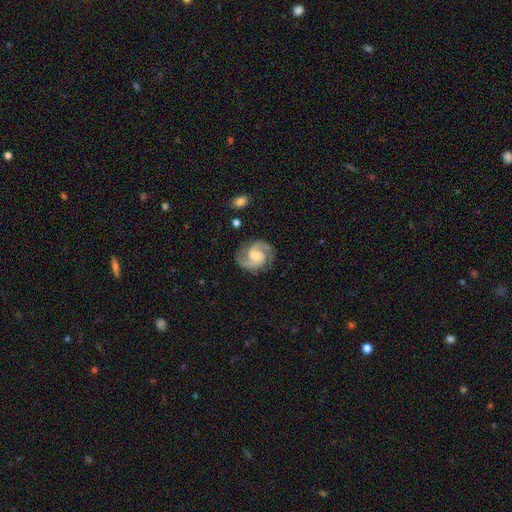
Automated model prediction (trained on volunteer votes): Smooth or featured? Predicted: featured or disk (p=0.91). Edge-on disk? Predicted: no (p=0.98). Bar? Predicted: weak (p=0.45). Spiral arms? Predicted: yes (p=0.98). Spiral winding? Predicted: medium (p=0.58). Spiral arm count? Predicted: 2 (p=0.93). Bulge size? Predicted: moderate (p=0.47). Merging? Predicted: none (p=0.82).